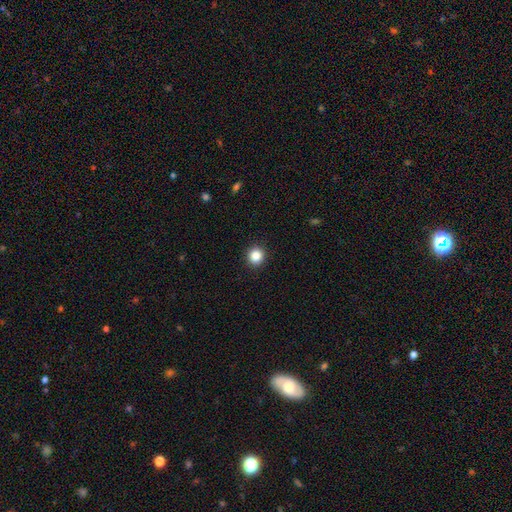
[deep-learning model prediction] smooth_or_featured: smooth (p=0.85) [alt: star or artifact p=0.11]
how_rounded: round (p=0.92) [alt: in between p=0.08]
merging: none (p=0.92) [alt: minor disturbance p=0.05]